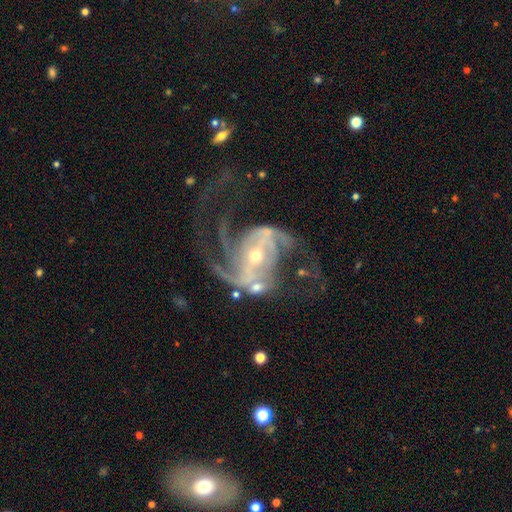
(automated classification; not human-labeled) Morphology: type=featured or disk (91%); edge-on=no (97%); bar=strong (42%); spiral arms=yes (97%); winding=medium (48%); arm count=2 (50%); bulge=small (61%); merging=none (45%).